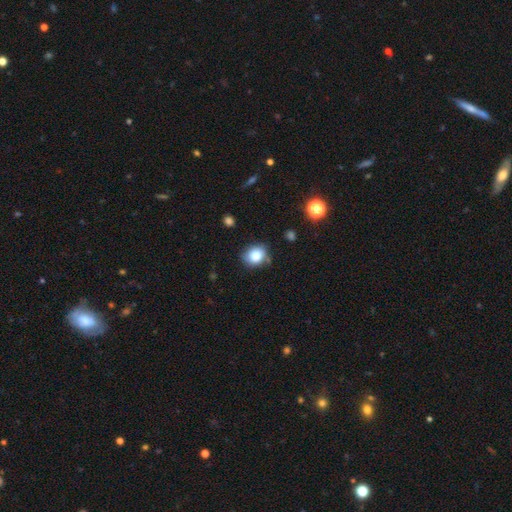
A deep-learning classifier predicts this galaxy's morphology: A smooth galaxy with no disk features (82%) that is round (68%).

Vote fractions:
- Smooth or featured? smooth: 82% / star or artifact: 10% / featured or disk: 7%
- How rounded? round: 68% / in between: 31% / cigar-shaped: 1%
- Merging? none: 73% / minor disturbance: 19% / major disturbance: 4% / merger: 3%